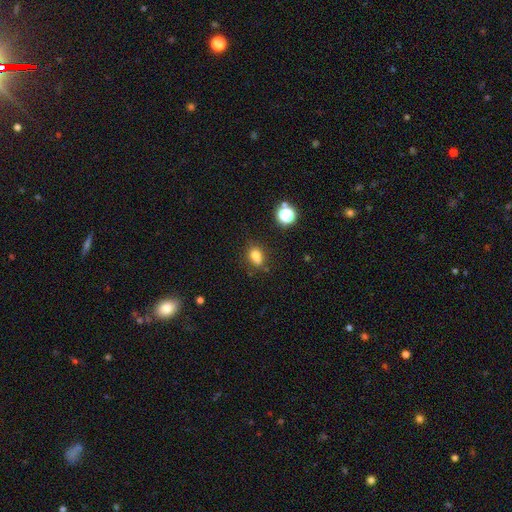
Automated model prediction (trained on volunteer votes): Morphology: type=smooth (76%); roundness=in between (63%); merging=none (62%).